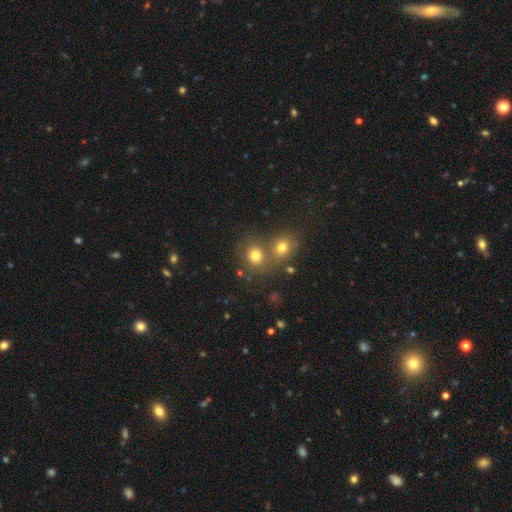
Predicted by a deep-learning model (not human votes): smooth-or-featured: smooth: 75% | star or artifact: 16% | featured or disk: 10%
  how-rounded: round: 75% | in between: 24% | cigar-shaped: 1%
  merging: none: 52% | merger: 37% | minor disturbance: 8% | major disturbance: 3%